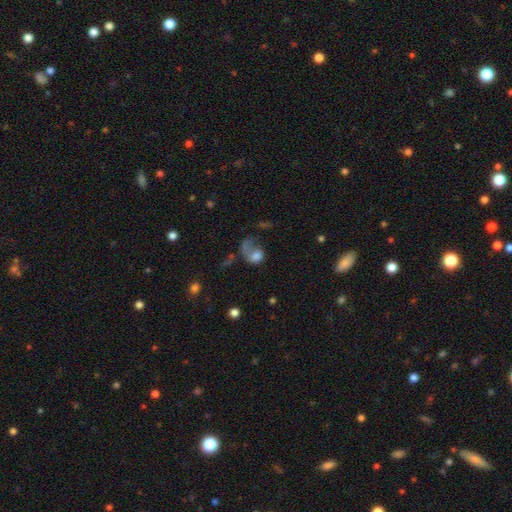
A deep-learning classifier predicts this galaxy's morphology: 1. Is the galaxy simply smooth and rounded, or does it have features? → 58% smooth, 31% featured or disk, 11% star or artifact.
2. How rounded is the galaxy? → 57% in between, 41% round, 2% cigar-shaped.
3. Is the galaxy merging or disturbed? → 55% major disturbance, 21% none, 12% merger, 12% minor disturbance.